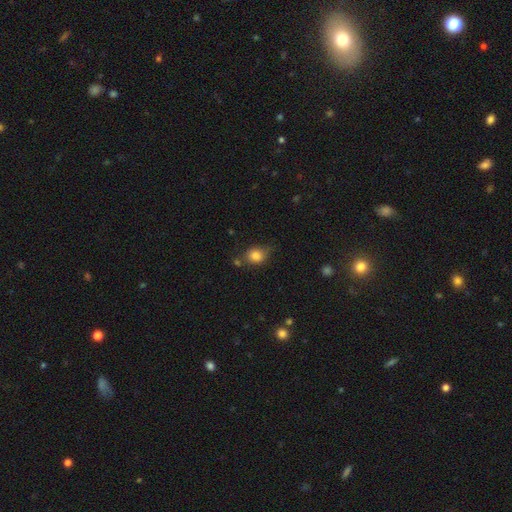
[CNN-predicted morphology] Smooth or featured: smooth — 81% (star or artifact — 10%)
How rounded: round — 60% (in between — 39%)
Merging: none — 63% (minor disturbance — 25%)